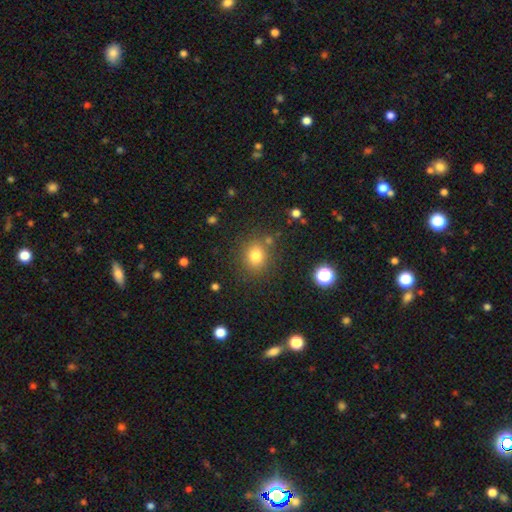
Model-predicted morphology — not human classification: smooth-or-featured: smooth: 79% | star or artifact: 14% | featured or disk: 7%
  how-rounded: round: 75% | in between: 24% | cigar-shaped: 1%
  merging: none: 82% | minor disturbance: 10% | merger: 5% | major disturbance: 4%